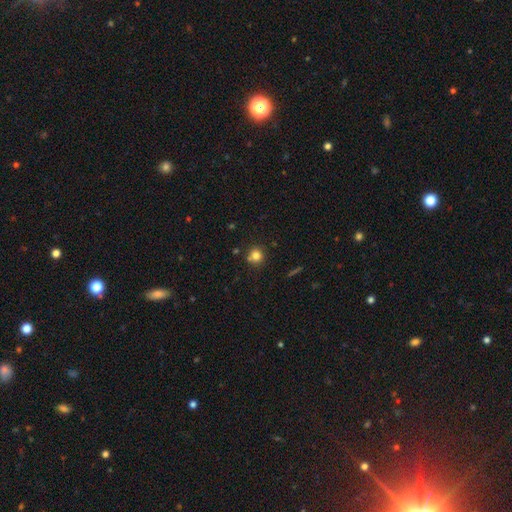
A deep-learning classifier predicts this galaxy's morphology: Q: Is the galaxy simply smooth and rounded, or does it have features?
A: smooth — 80%.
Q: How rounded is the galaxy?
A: round — 91%.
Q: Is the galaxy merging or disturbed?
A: none — 77%.